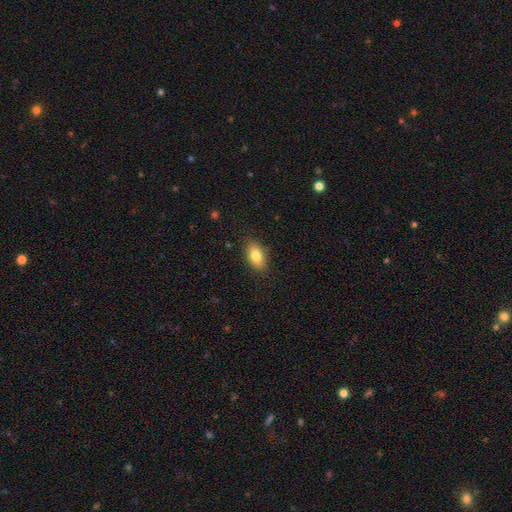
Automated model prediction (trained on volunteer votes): A smooth galaxy with no disk features (81%) that is in between round and cigar-shaped (89%). Merging: none (86%).